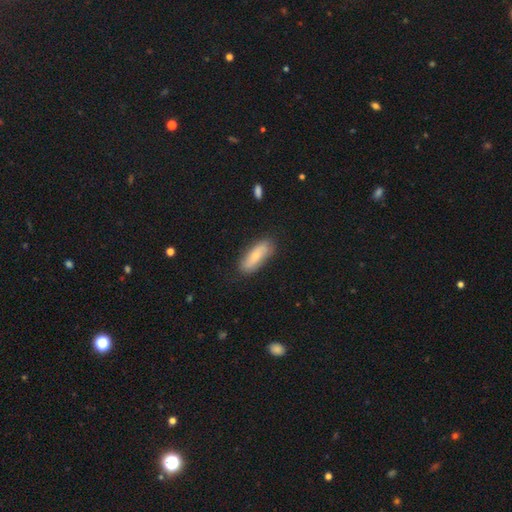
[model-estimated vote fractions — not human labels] smooth_or_featured: smooth (p=0.62) [alt: featured or disk p=0.32]
how_rounded: in between (p=0.65) [alt: cigar-shaped p=0.32]
merging: none (p=0.81) [alt: minor disturbance p=0.15]